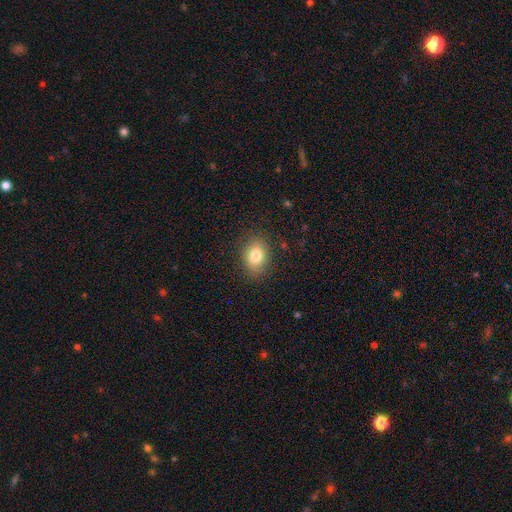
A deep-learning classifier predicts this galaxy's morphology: The model was most divided on "how rounded": in between: 67%, round: 31%, cigar-shaped: 1%. More confident: merging — none (86%); smooth or featured — smooth (80%).